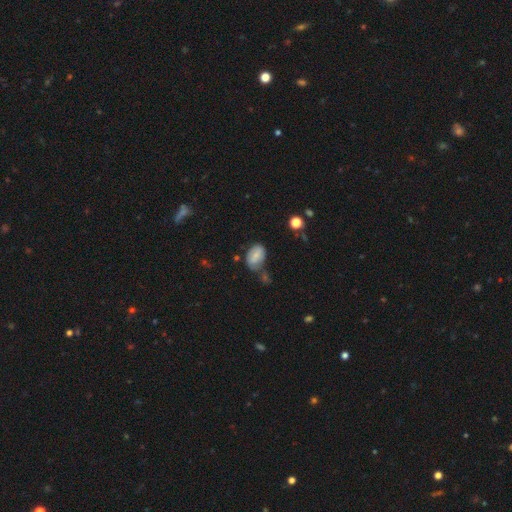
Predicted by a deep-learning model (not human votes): The model was most divided on "merging": none: 48%, minor disturbance: 26%, merger: 16%, major disturbance: 10%. More confident: how rounded — in between (86%); smooth or featured — smooth (69%).